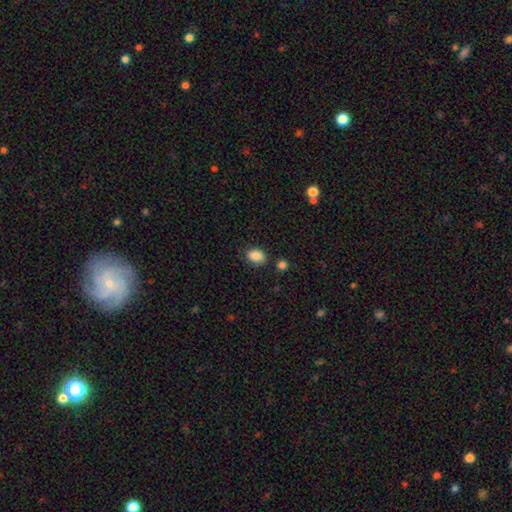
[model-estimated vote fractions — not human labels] smooth 88%, star or artifact 9%, featured or disk 4%. Down the decision tree: how rounded — in between (73%); merging — none (82%).